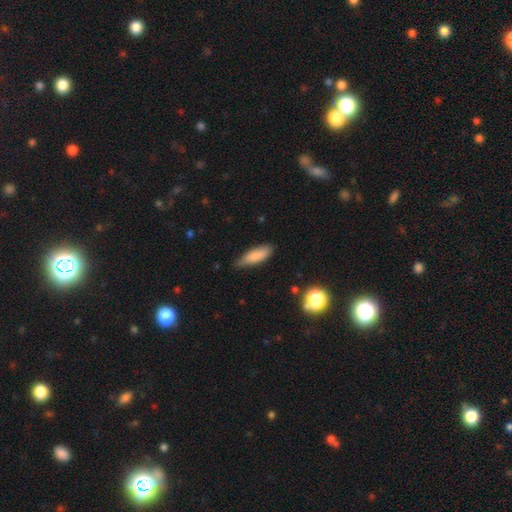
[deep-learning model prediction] smooth_or_featured: smooth (p=0.81) [alt: featured or disk p=0.12]
how_rounded: in between (p=0.51) [alt: cigar-shaped p=0.47]
merging: none (p=0.72) [alt: minor disturbance p=0.23]